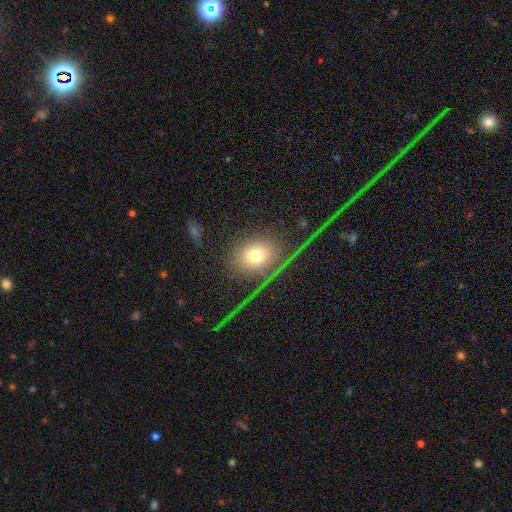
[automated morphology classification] smooth-or-featured: smooth: 59% | featured or disk: 28% | star or artifact: 13%
  how-rounded: round: 55% | in between: 42% | cigar-shaped: 2%
  merging: none: 49% | major disturbance: 34% | minor disturbance: 13% | merger: 4%